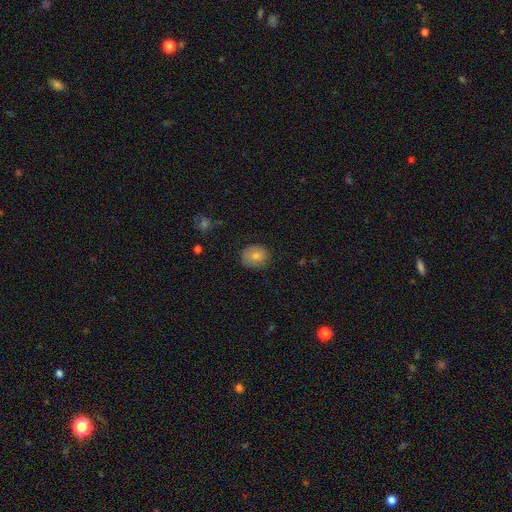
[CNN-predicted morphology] Smooth or featured: smooth — 80% (featured or disk — 12%)
How rounded: round — 63% (in between — 36%)
Merging: none — 78% (minor disturbance — 17%)